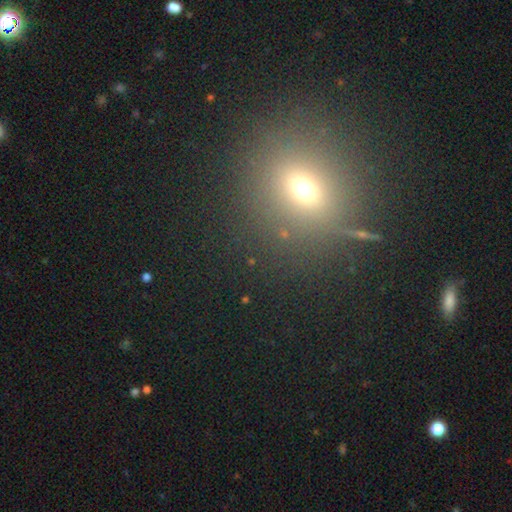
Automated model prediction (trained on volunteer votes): The model was most divided on "smooth or featured": smooth: 52%, star or artifact: 35%, featured or disk: 13%. More confident: merging — none (88%); how rounded — round (75%).